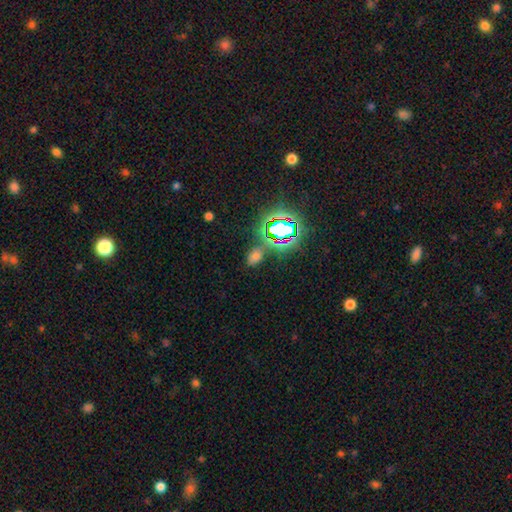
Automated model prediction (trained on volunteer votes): Smooth or featured?
  - smooth: 48% *
  - star or artifact: 44%
  - featured or disk: 9%
Merging?
  - none: 71% *
  - minor disturbance: 14%
  - merger: 9%
  - major disturbance: 6%